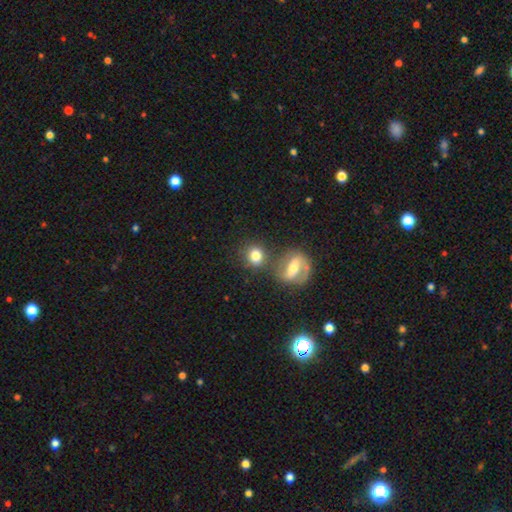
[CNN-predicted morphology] type=smooth (75%); roundness=round (76%); merging=none (59%).